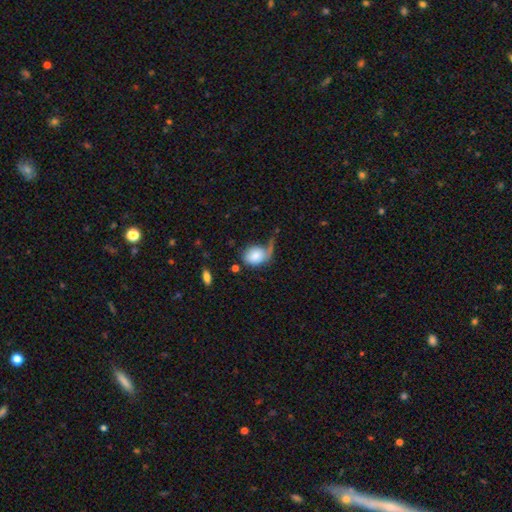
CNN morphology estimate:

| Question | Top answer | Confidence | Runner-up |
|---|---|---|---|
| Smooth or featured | smooth | 73% | featured or disk (20%) |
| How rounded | in between | 65% | round (34%) |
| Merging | major disturbance | 37% | none (32%) |